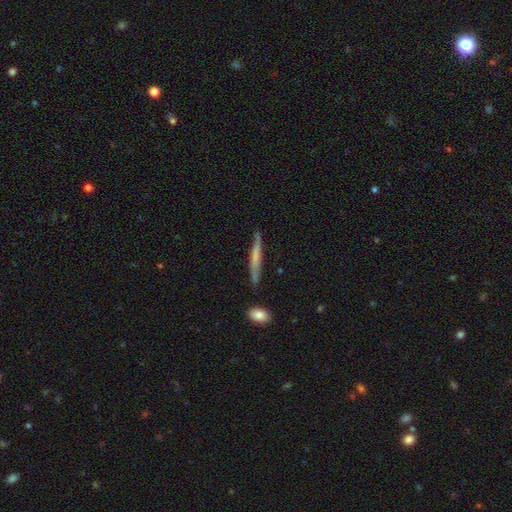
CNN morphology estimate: Q: Smooth or featured?
A: smooth (57%); runner-up: featured or disk (37%)
Q: How rounded?
A: cigar-shaped (94%); runner-up: in between (4%)
Q: Merging?
A: none (74%); runner-up: minor disturbance (19%)